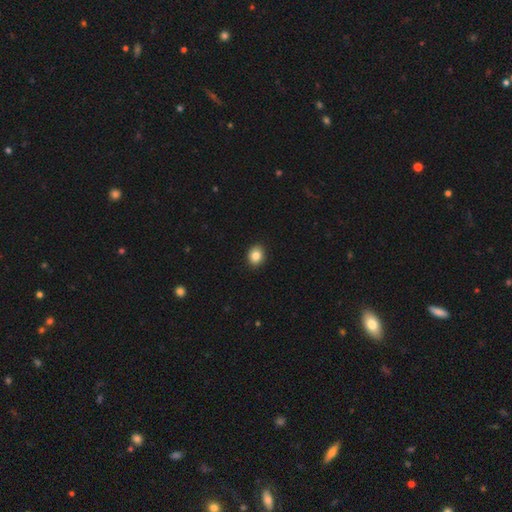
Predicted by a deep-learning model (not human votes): This is clearly a smooth galaxy (85%). How rounded: possibly round (55%). Merging: clearly none (91%).